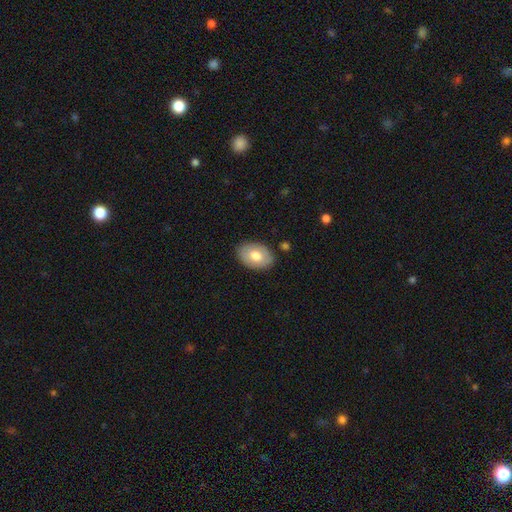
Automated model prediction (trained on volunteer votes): smooth 71%, featured or disk 23%, star or artifact 6%. Down the decision tree: how rounded — in between (86%); merging — none (84%).